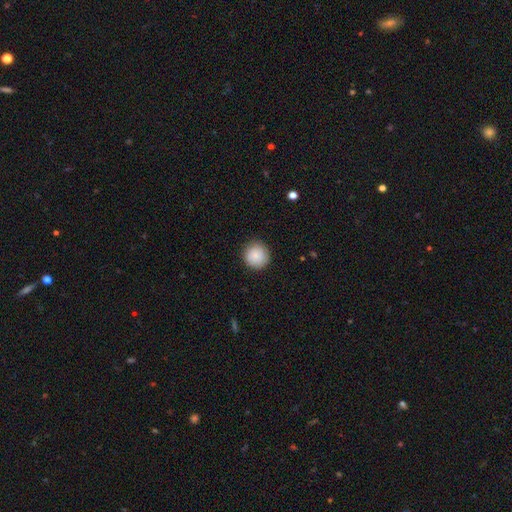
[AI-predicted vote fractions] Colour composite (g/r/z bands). It shows a smooth galaxy with no disk features (86%) that is round (95%). Merging: none (89%).